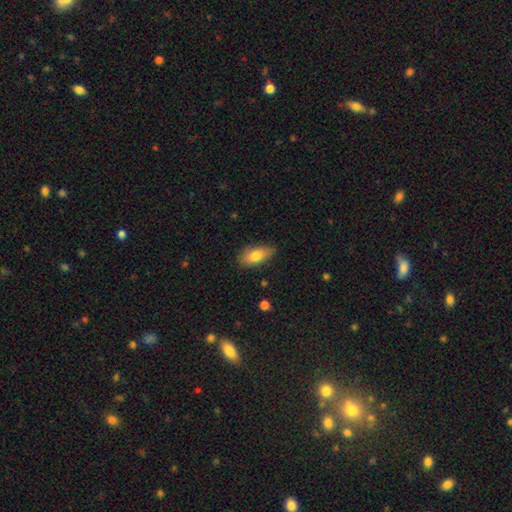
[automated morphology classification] Smooth or featured? Predicted: smooth (p=0.78). How rounded? Predicted: in between (p=0.89). Merging? Predicted: none (p=0.78).